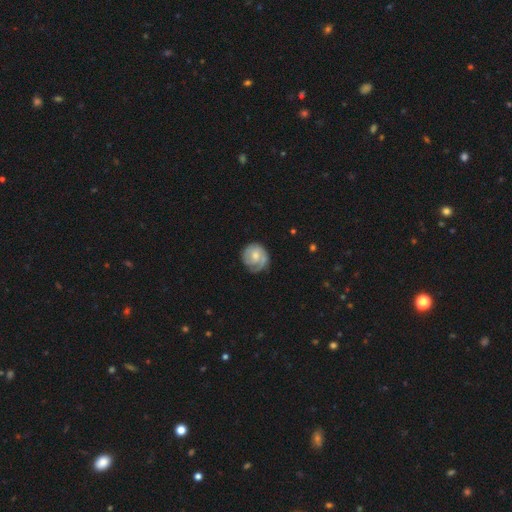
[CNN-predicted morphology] Overall: featured or disk (64%; smooth 30%). Edge-on disk: no (98%). Bar: no (65%; weak 30%). Spiral arms: yes (87%). Spiral arm count: 1 (39%; 2 31%). Spiral winding: tight (63%; medium 27%). Bulge size: moderate (54%; small 38%). Merging: none (67%).